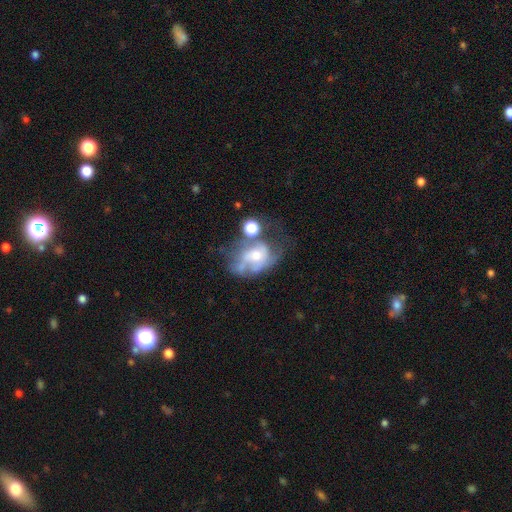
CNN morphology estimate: Smooth or featured: featured or disk — 64% (smooth — 26%)
Edge-on disk: no — 97% (yes — 3%)
Bar: no — 72% (weak — 23%)
Spiral arms: yes — 65% (no — 35%)
Bulge size: moderate — 53% (small — 32%)
Merging: major disturbance — 34% (none — 25%)